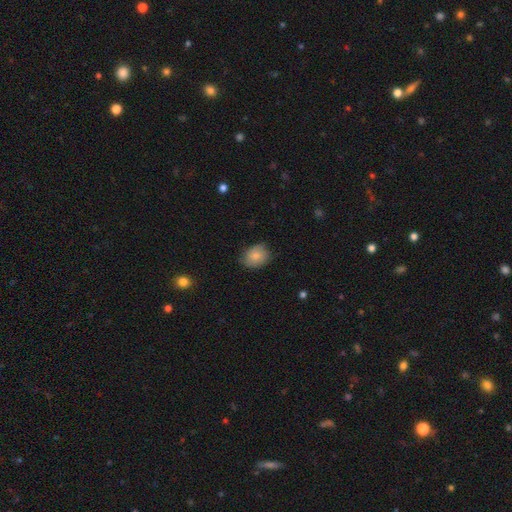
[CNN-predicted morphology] Q: Smooth or featured?
A: smooth (81%); runner-up: featured or disk (12%)
Q: How rounded?
A: in between (56%); runner-up: round (43%)
Q: Merging?
A: none (72%); runner-up: minor disturbance (22%)